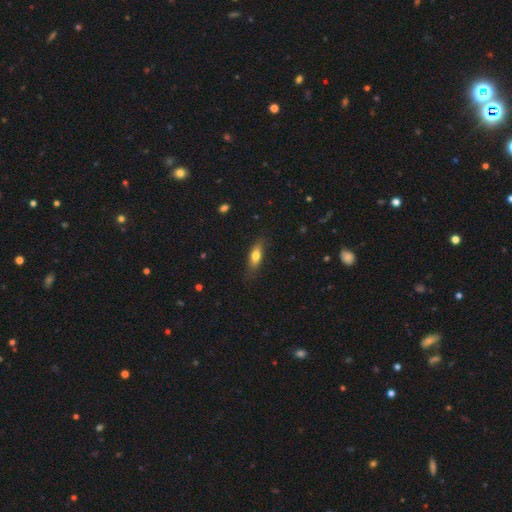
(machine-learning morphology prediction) Smooth or featured? smooth (72%)
How rounded? in between (61%)
Merging? none (80%)